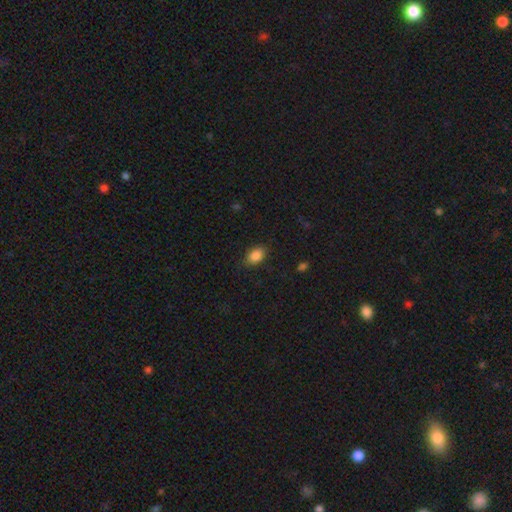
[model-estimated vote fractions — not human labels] Smooth or featured: smooth — 87% (star or artifact — 9%)
How rounded: in between — 85% (round — 14%)
Merging: none — 83% (minor disturbance — 13%)